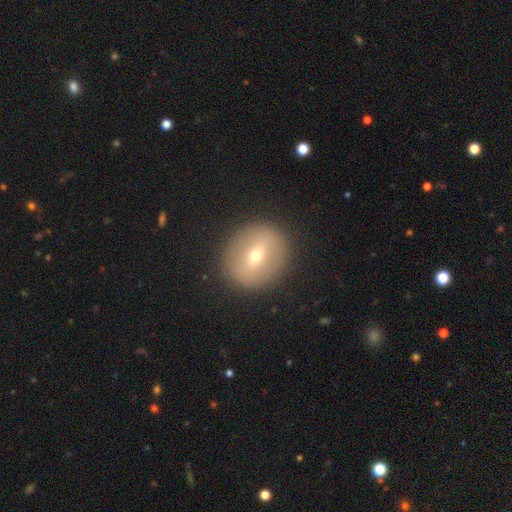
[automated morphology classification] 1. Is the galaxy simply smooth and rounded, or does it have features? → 52% smooth, 38% featured or disk, 10% star or artifact.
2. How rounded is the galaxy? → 82% round, 17% in between, 1% cigar-shaped.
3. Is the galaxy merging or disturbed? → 89% none, 7% minor disturbance, 3% major disturbance, 1% merger.